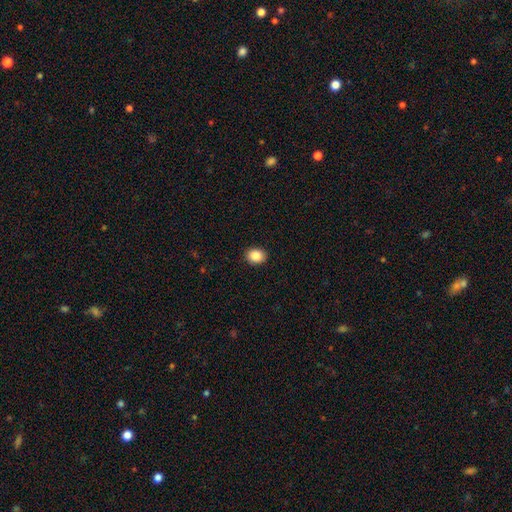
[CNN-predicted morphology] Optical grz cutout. It shows a smooth galaxy with no disk features (86%) that is round (52%). Merging: none (91%).